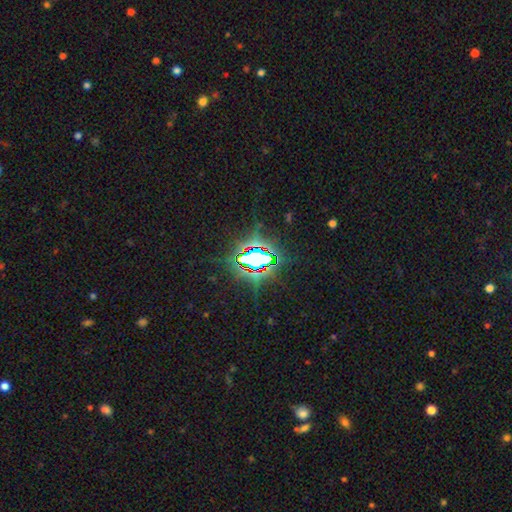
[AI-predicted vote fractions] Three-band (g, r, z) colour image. It shows a star or artifact, not a galaxy (76%).